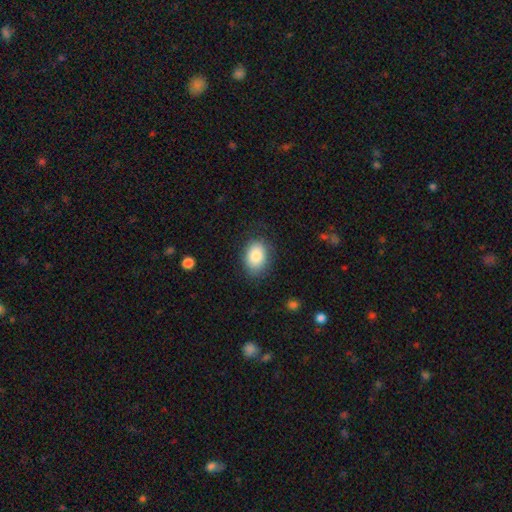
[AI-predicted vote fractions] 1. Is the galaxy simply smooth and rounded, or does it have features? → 85% smooth, 8% featured or disk, 7% star or artifact.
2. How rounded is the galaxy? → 78% in between, 21% round, 1% cigar-shaped.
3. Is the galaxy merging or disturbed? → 81% none, 14% minor disturbance, 4% major disturbance, 1% merger.